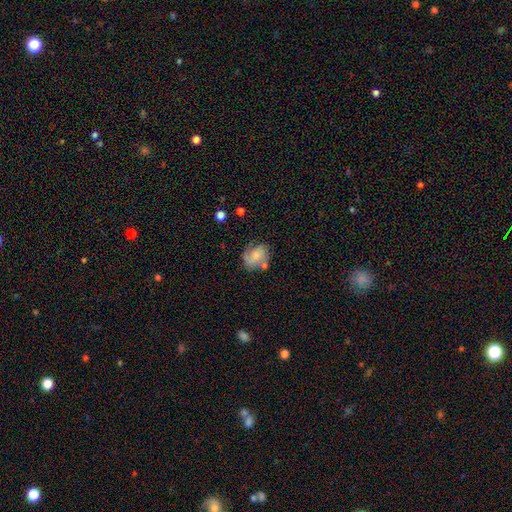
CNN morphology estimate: Smooth or featured: smooth — 53% (featured or disk — 39%)
How rounded: in between — 54% (round — 45%)
Merging: none — 54% (minor disturbance — 25%)